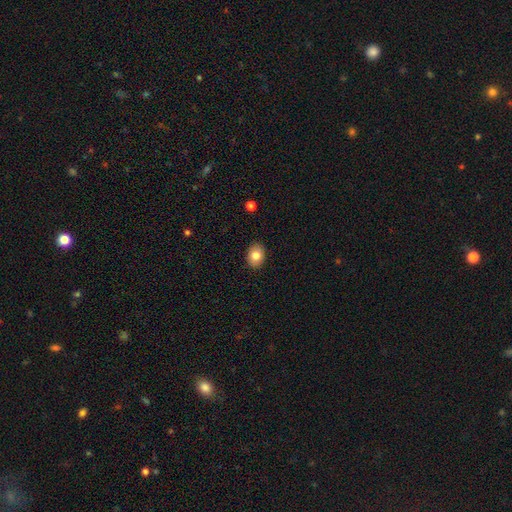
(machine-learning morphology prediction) Smooth or featured? Predicted: smooth (p=0.82). How rounded? Predicted: in between (p=0.68). Merging? Predicted: none (p=0.89).